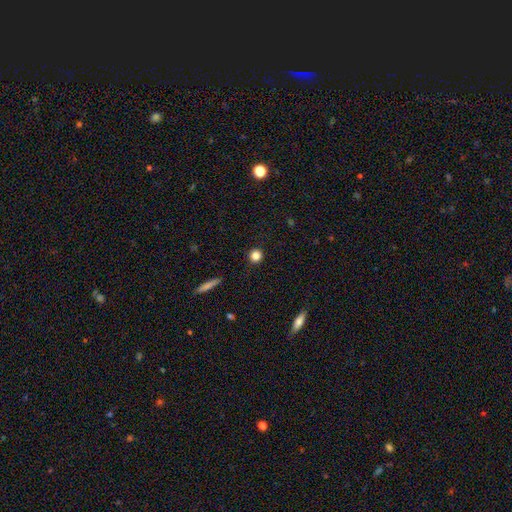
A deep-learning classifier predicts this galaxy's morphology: smooth 84%, star or artifact 11%, featured or disk 5%. Down the decision tree: how rounded — round (93%); merging — none (91%).